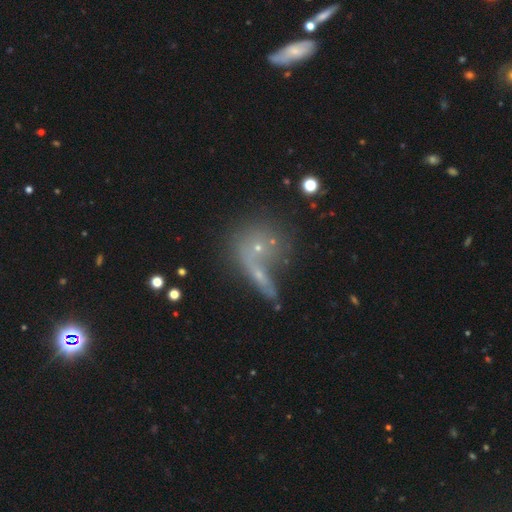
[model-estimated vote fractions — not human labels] A smooth galaxy with no disk features (41%). Merging: merger (44%).